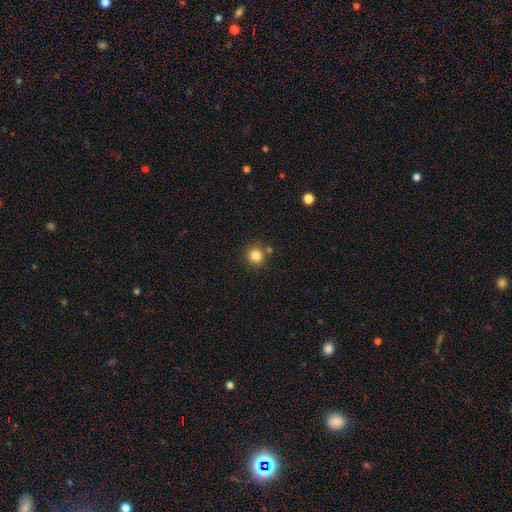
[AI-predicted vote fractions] smooth-or-featured: smooth: 83% | star or artifact: 12% | featured or disk: 5%
  how-rounded: round: 92% | in between: 7% | cigar-shaped: 1%
  merging: none: 80% | minor disturbance: 9% | merger: 8% | major disturbance: 3%